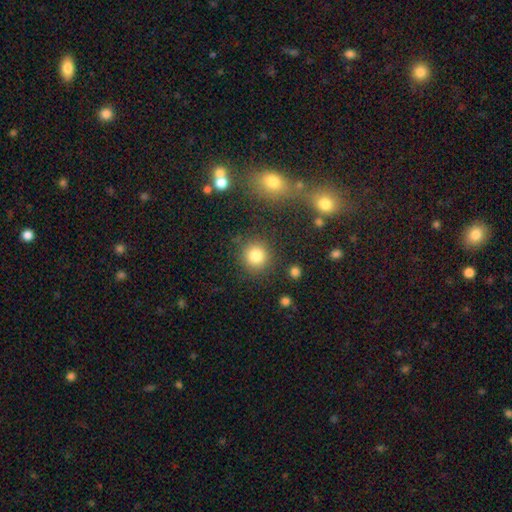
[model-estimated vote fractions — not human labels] smooth_or_featured: smooth (p=0.82) [alt: star or artifact p=0.12]
how_rounded: round (p=0.91) [alt: in between p=0.08]
merging: none (p=0.85) [alt: minor disturbance p=0.08]